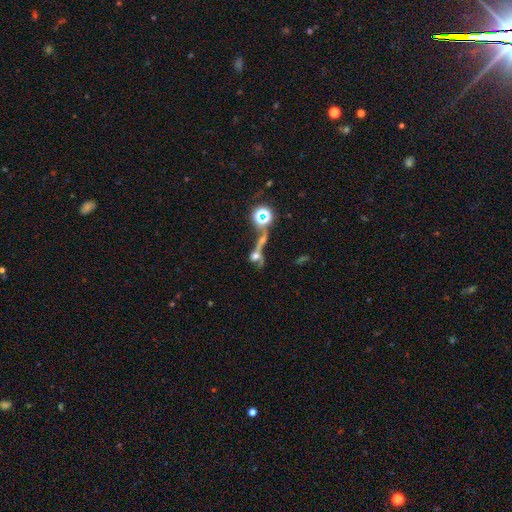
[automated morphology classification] Smooth or featured?
  - featured or disk: 37% * (tied)
  - smooth: 37% * (tied)
  - star or artifact: 26%
Merging?
  - merger: 58% *
  - none: 17%
  - major disturbance: 17%
  - minor disturbance: 7%